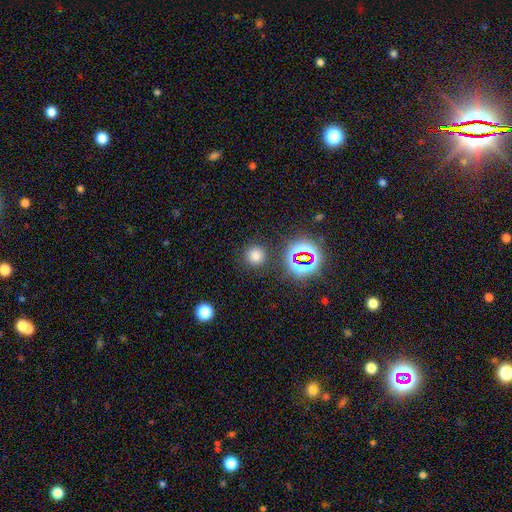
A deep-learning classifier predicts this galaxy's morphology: Overall: smooth (71%). How rounded: round (94%). Merging: none (87%).